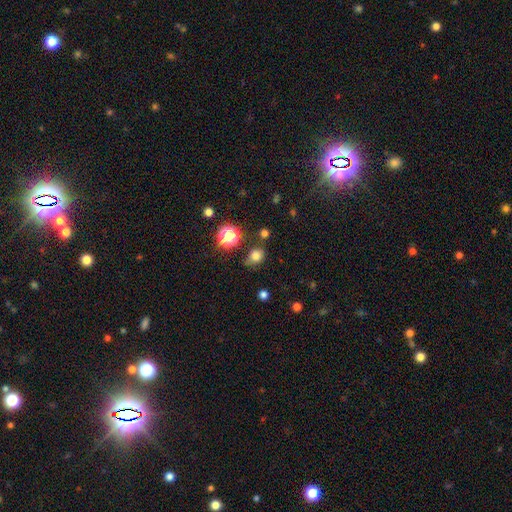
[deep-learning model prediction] smooth-or-featured: smooth: 76% | star or artifact: 17% | featured or disk: 6%
  how-rounded: round: 65% | in between: 34% | cigar-shaped: 1%
  merging: none: 71% | minor disturbance: 19% | merger: 5% | major disturbance: 5%